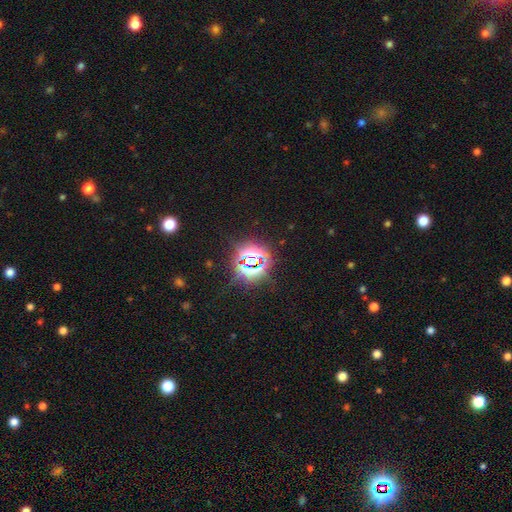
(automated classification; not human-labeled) Smooth or featured: star or artifact — 80% (smooth — 12%)